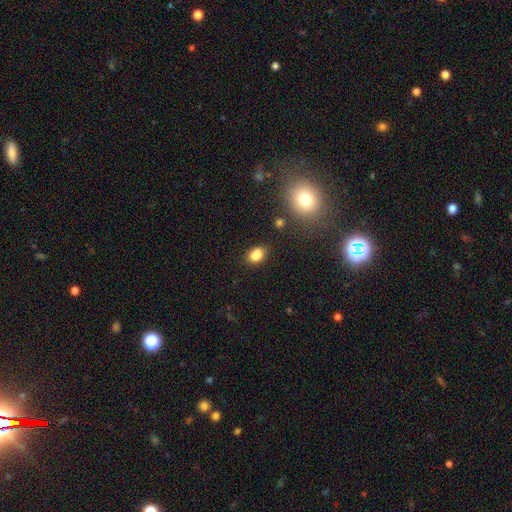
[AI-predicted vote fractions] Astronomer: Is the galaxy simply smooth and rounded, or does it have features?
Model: smooth — 84%.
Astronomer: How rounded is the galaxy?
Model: in between — 69%.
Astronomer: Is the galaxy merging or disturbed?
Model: none — 79%.